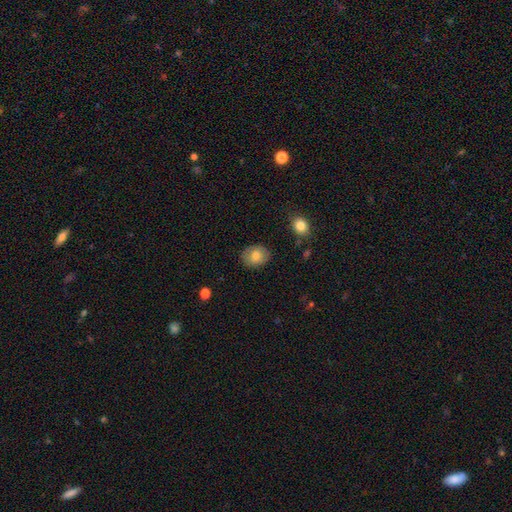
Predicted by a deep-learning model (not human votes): This is likely a smooth galaxy (75%). How rounded: possibly in between (55%). Merging: clearly none (83%).